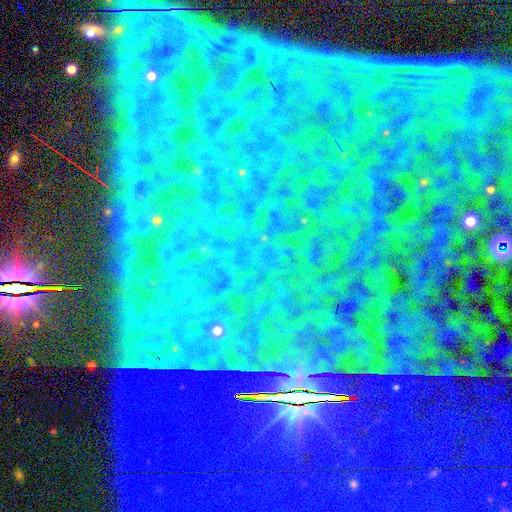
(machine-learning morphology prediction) Smooth or featured? Predicted: star or artifact (p=0.84).